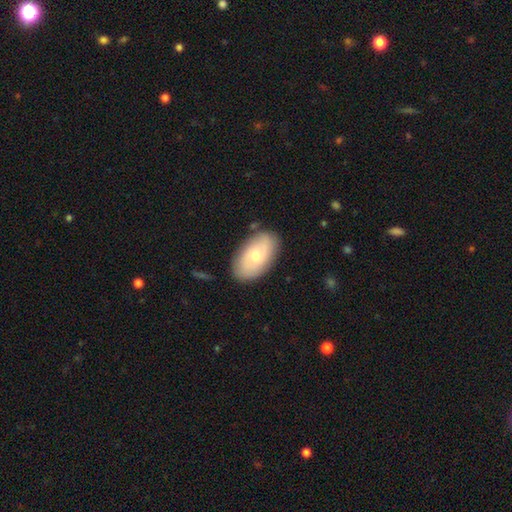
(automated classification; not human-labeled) A smooth galaxy with no disk features (56%) that is in between round and cigar-shaped (93%).

Vote fractions:
- Smooth or featured? smooth: 56% / featured or disk: 38% / star or artifact: 6%
- How rounded? in between: 93% / round: 5% / cigar-shaped: 2%
- Merging? none: 82% / minor disturbance: 13% / major disturbance: 3% / merger: 2%